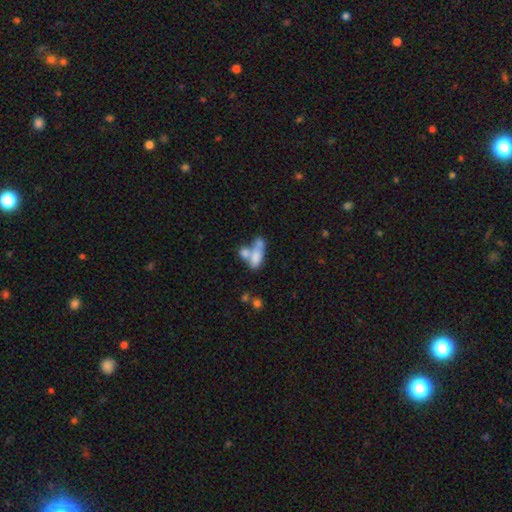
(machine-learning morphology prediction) This is likely a smooth galaxy (67%). How rounded: likely in between (79%). Merging: possibly merger (58%).